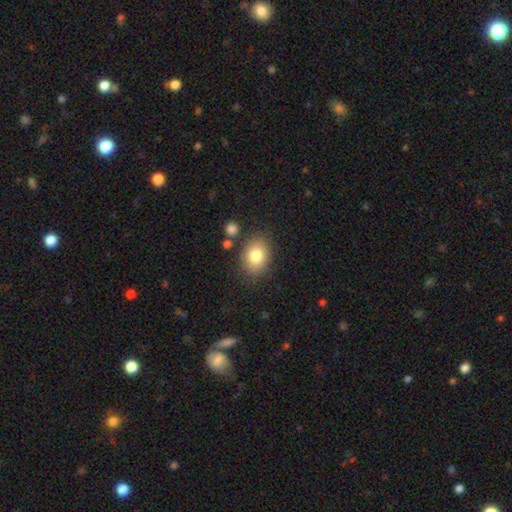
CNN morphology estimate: A smooth galaxy with no disk features (80%) that is in between round and cigar-shaped (65%). Merging: none (82%).